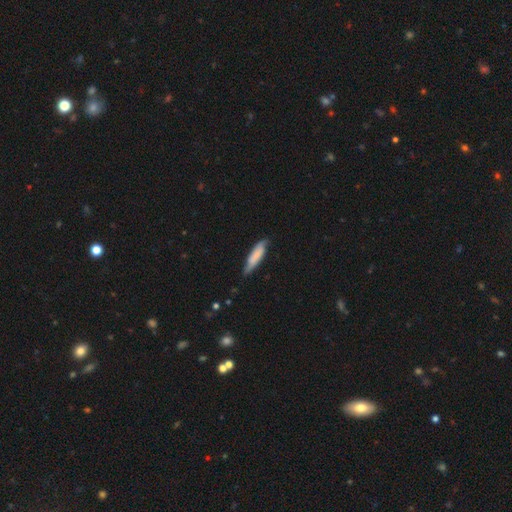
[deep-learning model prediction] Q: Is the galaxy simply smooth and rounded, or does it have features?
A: smooth — 71%.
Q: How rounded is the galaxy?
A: cigar-shaped — 72%.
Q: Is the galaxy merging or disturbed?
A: none — 69%.